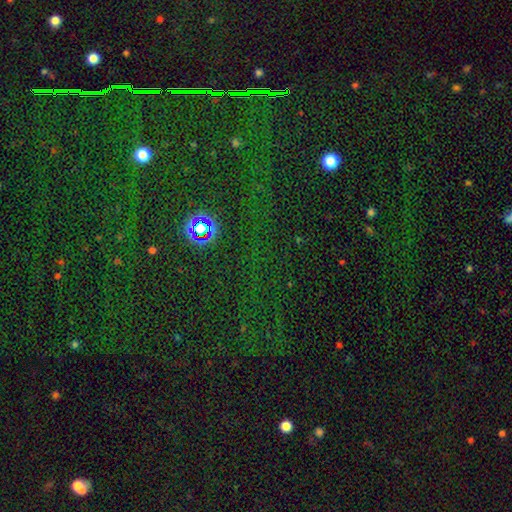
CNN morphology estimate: Smooth or featured?
  - star or artifact: 79% *
  - smooth: 13%
  - featured or disk: 8%